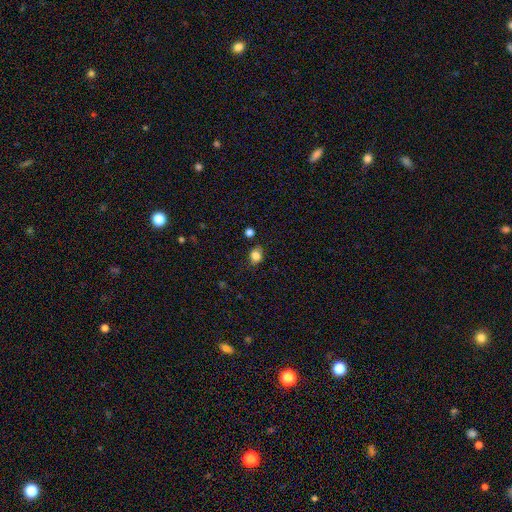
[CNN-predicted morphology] Overall: smooth (82%). How rounded: round (52%; in between 47%). Merging: none (72%).